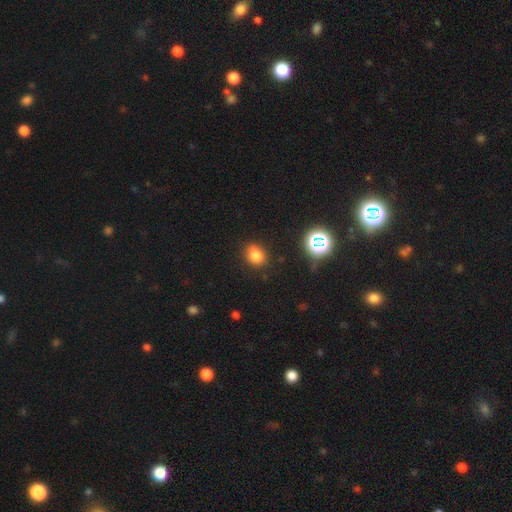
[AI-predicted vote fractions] smooth 77%, star or artifact 15%, featured or disk 7%. Down the decision tree: how rounded — round (52%); merging — none (78%).